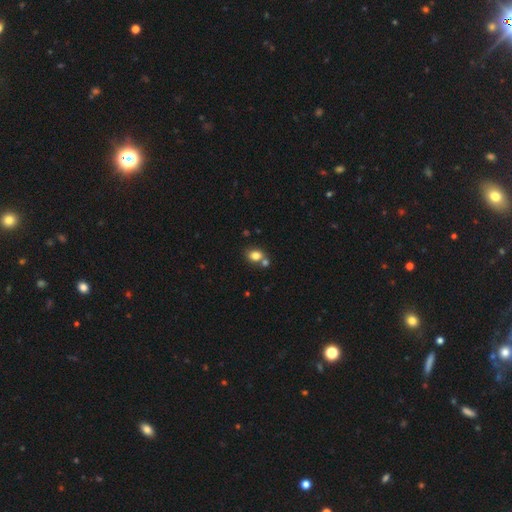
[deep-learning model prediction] This is clearly a smooth galaxy (81%). How rounded: possibly round (50%). Merging: possibly none (57%).